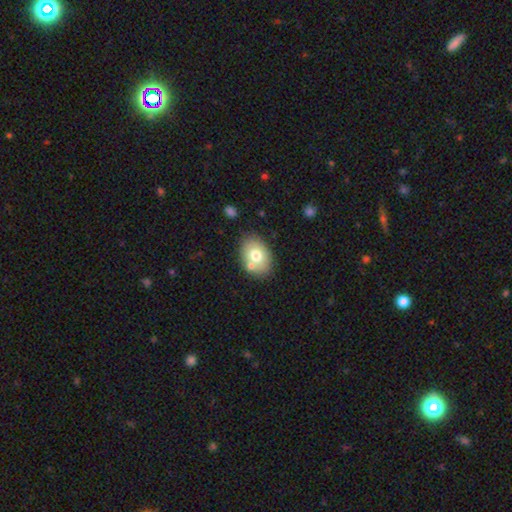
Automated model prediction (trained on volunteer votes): A smooth galaxy with no disk features (70%) that is in between round and cigar-shaped (76%). Merging: none (68%).